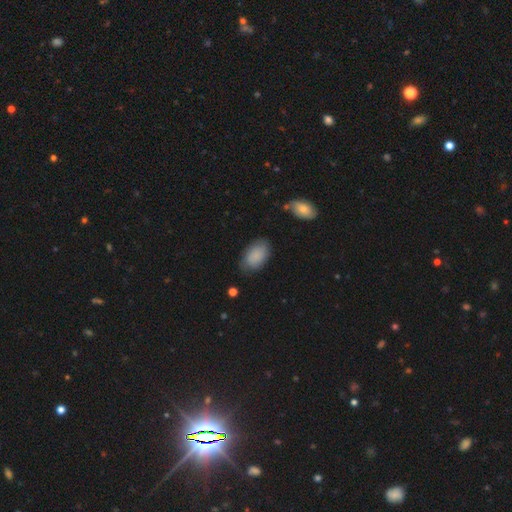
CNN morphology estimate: Smooth or featured: smooth — 84% (featured or disk — 9%)
How rounded: in between — 92% (round — 6%)
Merging: none — 73% (minor disturbance — 20%)